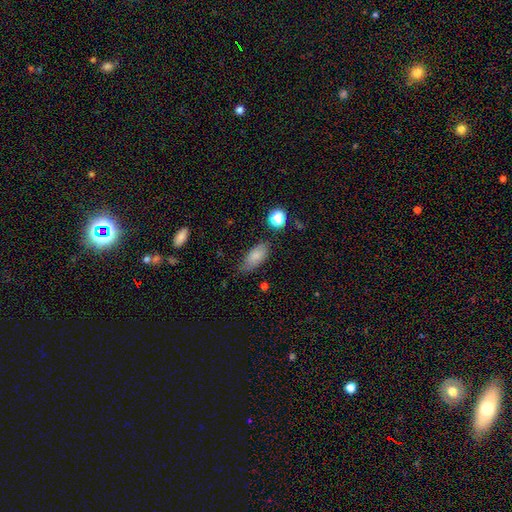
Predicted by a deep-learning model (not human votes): Q: Smooth or featured?
A: smooth (83%); runner-up: featured or disk (9%)
Q: How rounded?
A: in between (86%); runner-up: cigar-shaped (11%)
Q: Merging?
A: none (70%); runner-up: minor disturbance (23%)